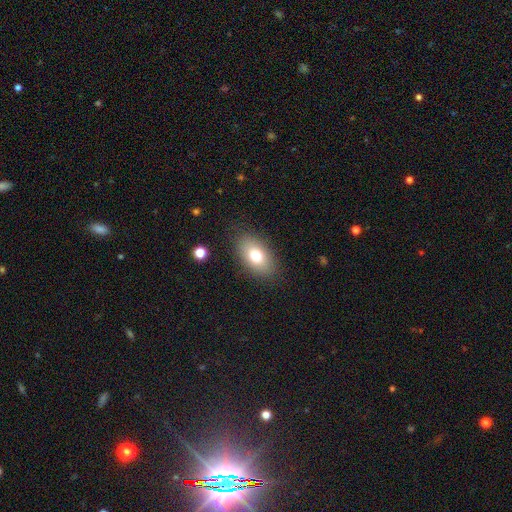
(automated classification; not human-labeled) smooth-or-featured: smooth: 74% | featured or disk: 17% | star or artifact: 9%
  how-rounded: in between: 90% | round: 8% | cigar-shaped: 2%
  merging: none: 84% | minor disturbance: 11% | major disturbance: 4% | merger: 1%